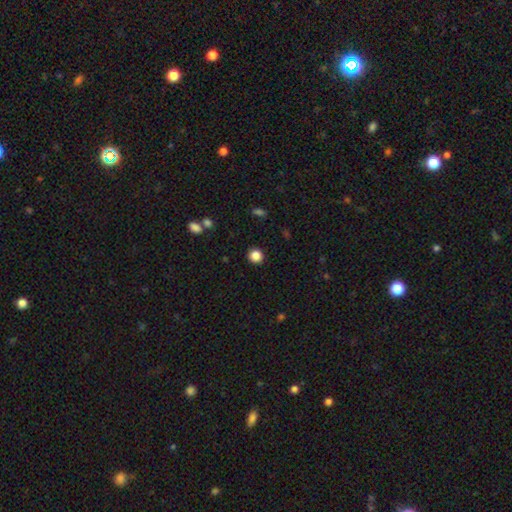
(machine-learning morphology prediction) type=smooth (85%); roundness=round (91%); merging=none (91%).